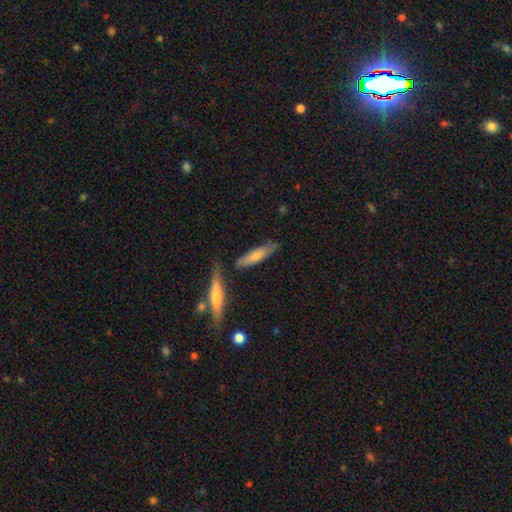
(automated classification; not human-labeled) Q: Smooth or featured?
A: smooth (63%); runner-up: featured or disk (31%)
Q: How rounded?
A: cigar-shaped (73%); runner-up: in between (25%)
Q: Merging?
A: none (73%); runner-up: minor disturbance (16%)